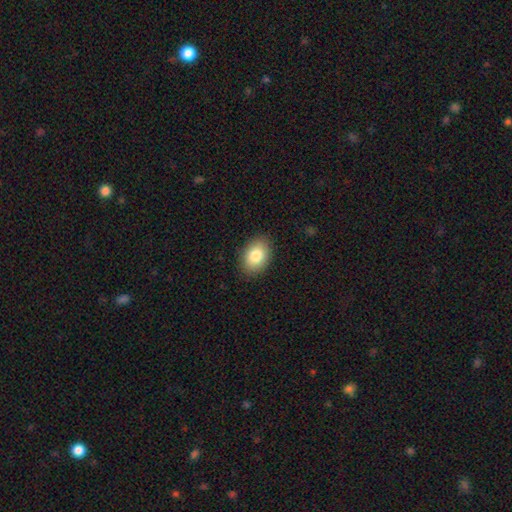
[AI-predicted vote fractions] Smooth or featured: smooth — 83% (featured or disk — 9%)
How rounded: in between — 81% (round — 18%)
Merging: none — 89% (minor disturbance — 8%)